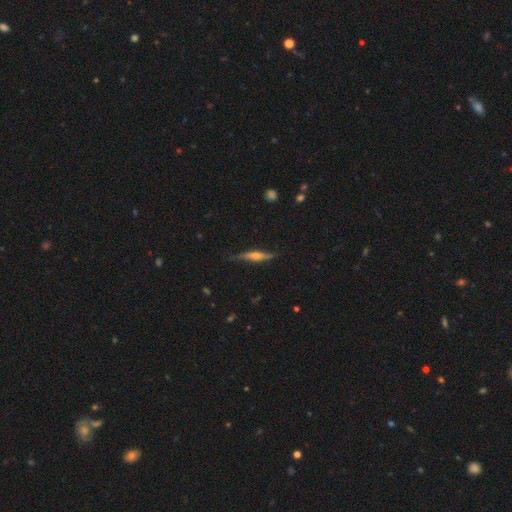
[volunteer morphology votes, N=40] Smooth or featured?
  - featured or disk: 72% *
  - smooth: 15%
  - star or artifact: 12%
Edge-on disk?
  - yes: 97% *
  - no: 3%
Edge-on bulge?
  - rounded: 93% *
  - boxy: 4%
  - none: 4%
Merging?
  - none: 74% *
  - minor disturbance: 23%
  - merger: 3%
  - major disturbance: 0%